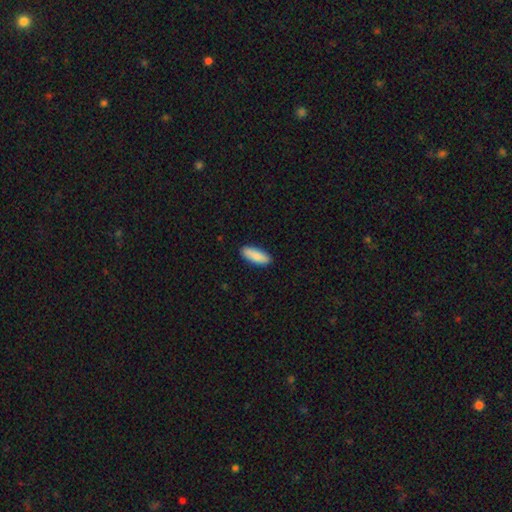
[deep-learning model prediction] This is clearly a smooth galaxy (89%). How rounded: likely in between (67%). Merging: clearly none (89%).